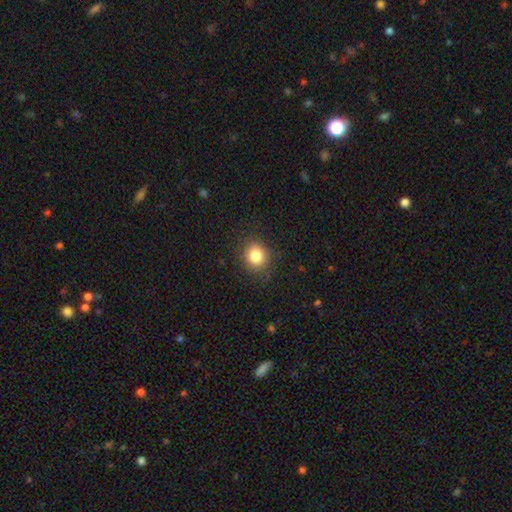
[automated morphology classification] This is clearly a smooth galaxy (83%). How rounded: clearly round (83%). Merging: clearly none (87%).